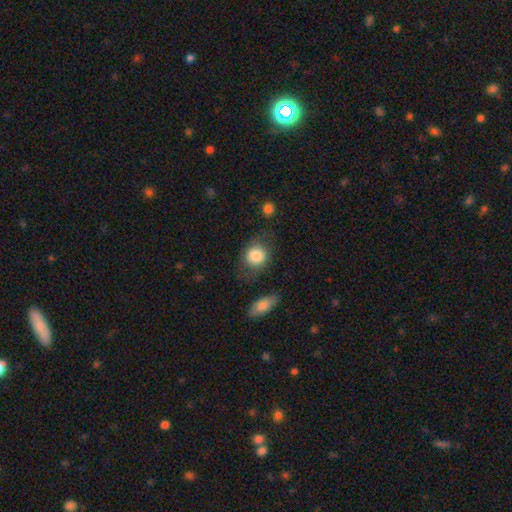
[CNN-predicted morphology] Smooth or featured? smooth (82%)
How rounded? round (66%)
Merging? none (63%)